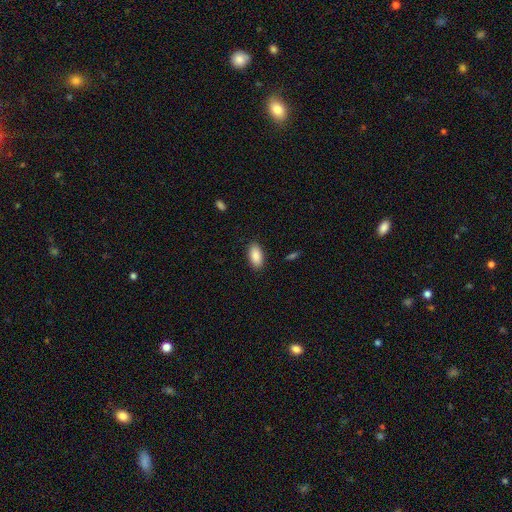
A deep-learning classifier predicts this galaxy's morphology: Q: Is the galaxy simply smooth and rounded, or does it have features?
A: smooth — 89%.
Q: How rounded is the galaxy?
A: in between — 93%.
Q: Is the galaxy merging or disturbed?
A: none — 89%.